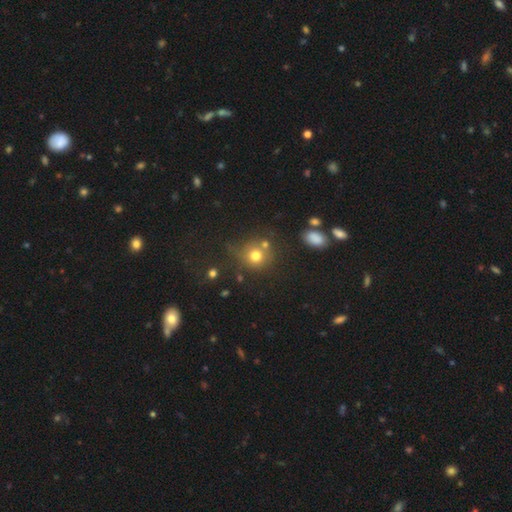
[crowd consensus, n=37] Smooth or featured: smooth — 89% (featured or disk — 5%)
How rounded: round — 97% (in between — 3%)
Merging: none — 46% (minor disturbance — 23%)